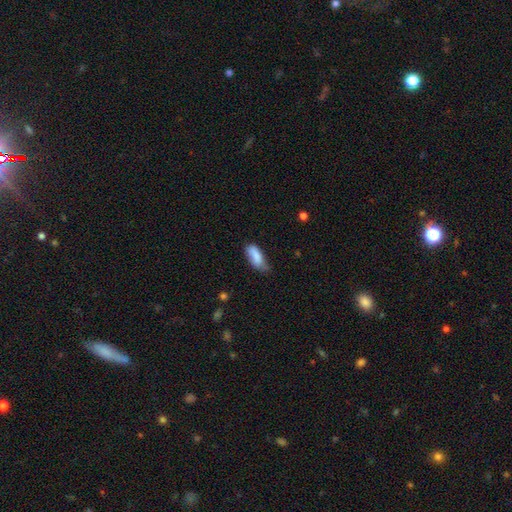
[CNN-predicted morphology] This appears to be a smooth galaxy with no disk features (83%) that is in between round and cigar-shaped (80%). Merging: none (46%).